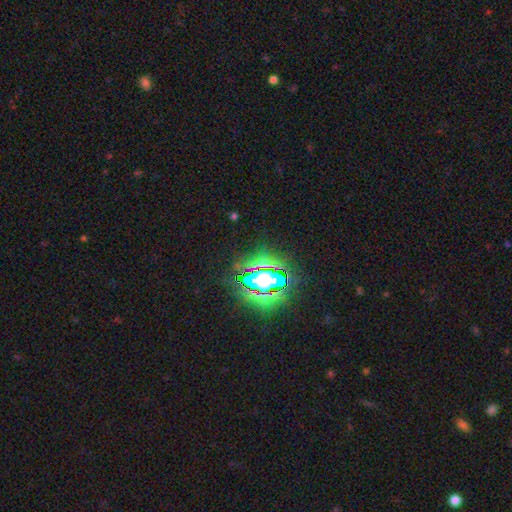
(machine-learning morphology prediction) type=star or artifact (83%).